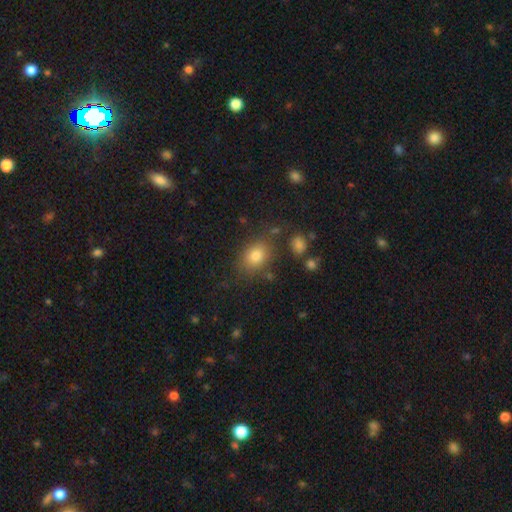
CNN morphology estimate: A smooth galaxy with no disk features (80%) that is in between round and cigar-shaped (67%). Merging: none (78%).